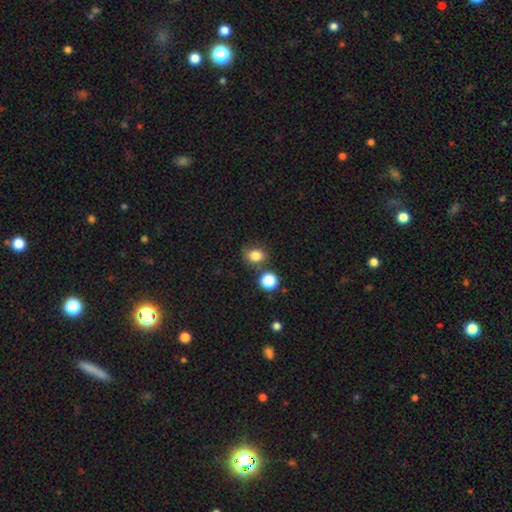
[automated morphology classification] smooth 81%, star or artifact 13%, featured or disk 7%. Down the decision tree: how rounded — round (56%); merging — none (67%).